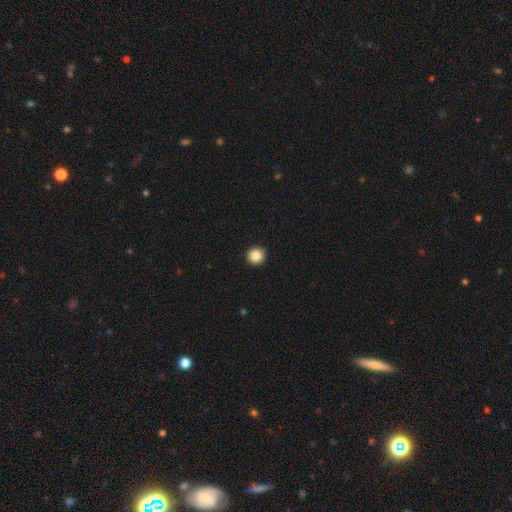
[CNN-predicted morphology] Overall: smooth (86%). How rounded: round (94%). Merging: none (93%).